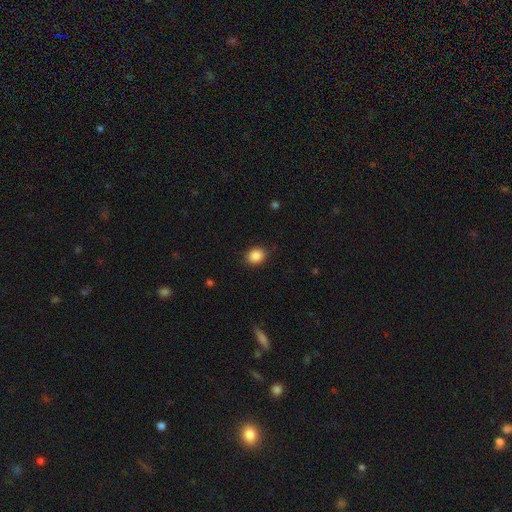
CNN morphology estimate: Smooth or featured?
  - smooth: 88% *
  - star or artifact: 9%
  - featured or disk: 3%
How rounded?
  - in between: 50% *
  - round: 49%
  - cigar-shaped: 1%
Merging?
  - none: 86% *
  - minor disturbance: 10%
  - major disturbance: 3%
  - merger: 1%